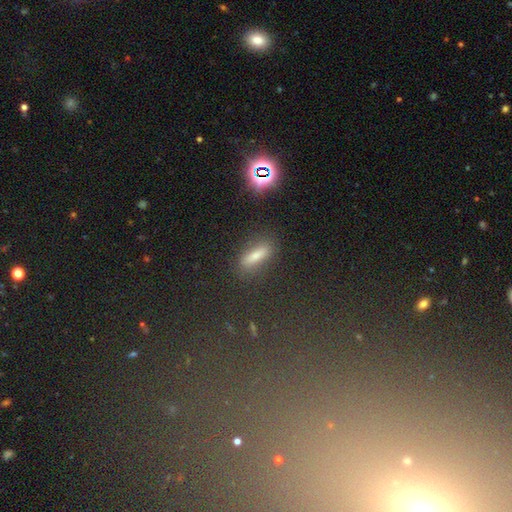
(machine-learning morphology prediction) Smooth or featured? smooth (66%)
How rounded? in between (48%)
Merging? none (78%)